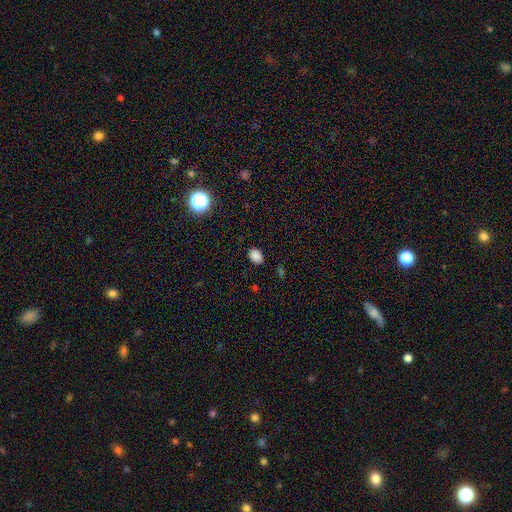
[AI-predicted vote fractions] This appears to be a smooth galaxy with no disk features (85%) that is in between round and cigar-shaped (80%). Merging: none (85%).